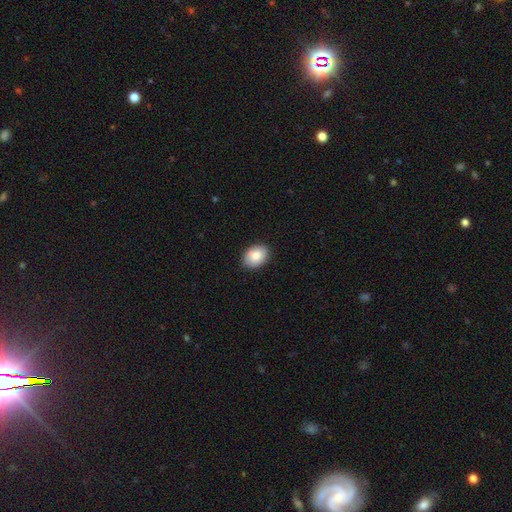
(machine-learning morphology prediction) Overall: smooth (86%). How rounded: in between (73%). Merging: none (88%).